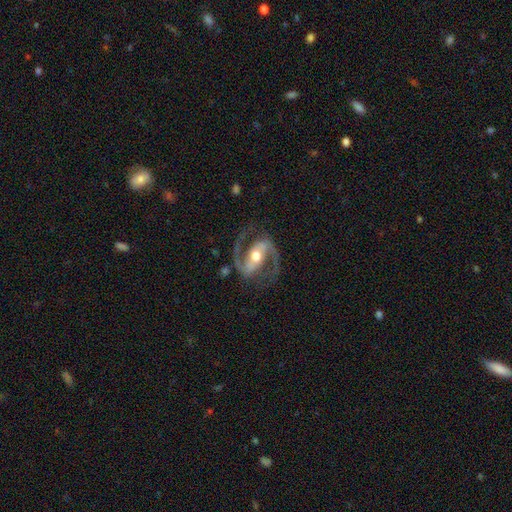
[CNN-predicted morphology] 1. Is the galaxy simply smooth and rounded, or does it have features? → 92% featured or disk, 4% star or artifact, 4% smooth.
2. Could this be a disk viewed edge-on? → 97% no, 3% yes.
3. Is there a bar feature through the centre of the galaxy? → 52% strong, 31% weak, 16% no.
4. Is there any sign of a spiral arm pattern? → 98% yes, 2% no.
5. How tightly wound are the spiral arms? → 64% medium, 18% loose, 17% tight.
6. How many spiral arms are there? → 94% 2, 2% 1, 2% can't tell, 1% 3, 1% 4, 1% more than 4.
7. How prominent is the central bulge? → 71% moderate, 16% small, 10% large, 1% none, 1% dominant.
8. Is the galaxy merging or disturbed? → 80% none, 12% minor disturbance, 7% major disturbance, 1% merger.